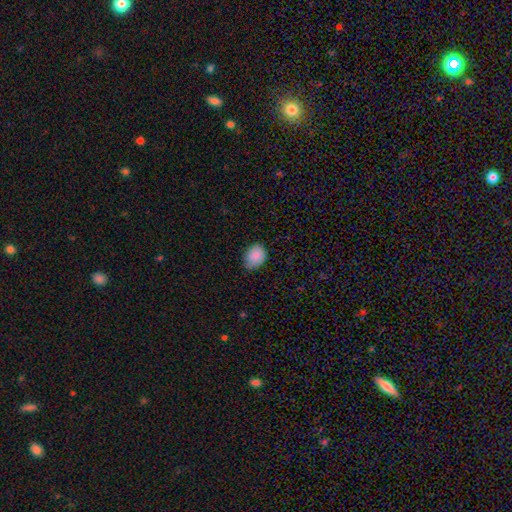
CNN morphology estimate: type=smooth (87%); roundness=in between (62%); merging=none (66%).